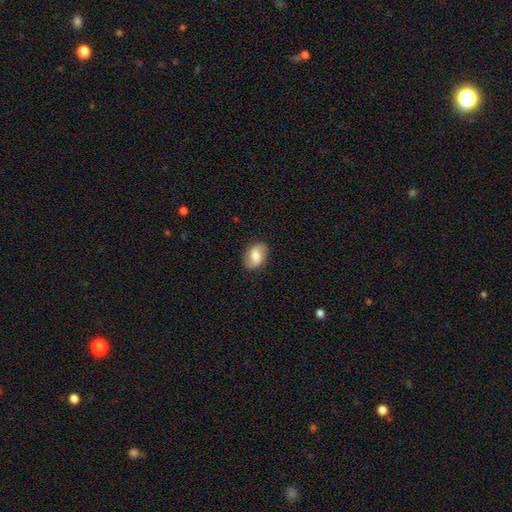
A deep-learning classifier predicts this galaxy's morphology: type=smooth (60%); roundness=in between (82%); merging=none (84%).